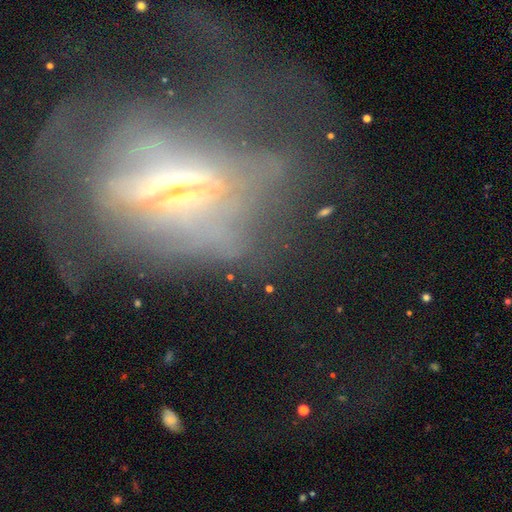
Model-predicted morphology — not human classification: Smooth or featured: featured or disk — 60% (star or artifact — 21%)
Edge-on disk: no — 67% (yes — 33%)
Merging: major disturbance — 53% (none — 26%)